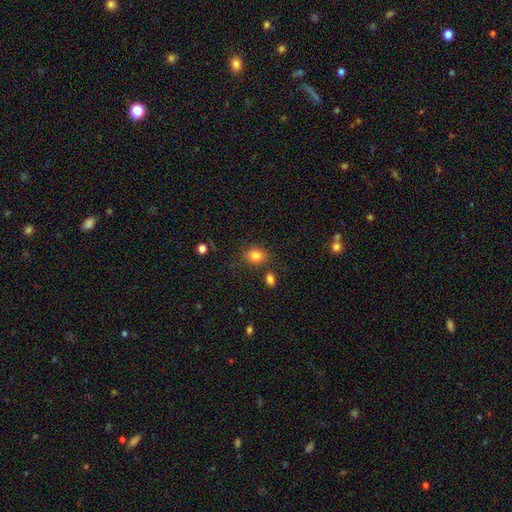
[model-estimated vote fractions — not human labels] Smooth or featured? smooth (83%)
How rounded? in between (55%)
Merging? none (77%)